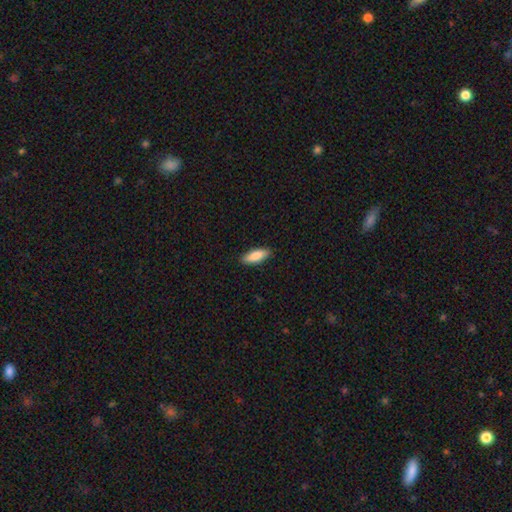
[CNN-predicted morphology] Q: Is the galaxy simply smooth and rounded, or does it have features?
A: smooth — 83%.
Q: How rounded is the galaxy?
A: in between — 63%.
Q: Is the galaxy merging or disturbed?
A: none — 89%.